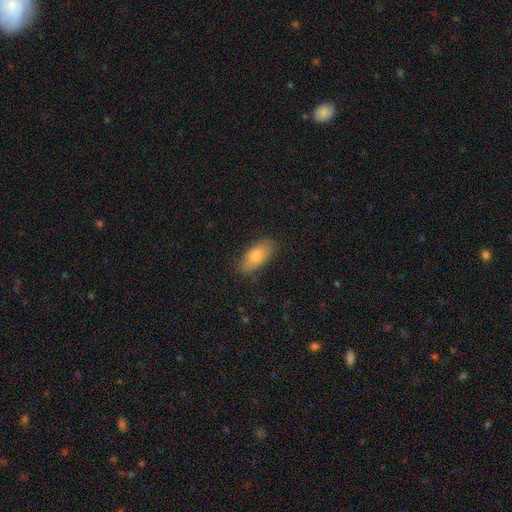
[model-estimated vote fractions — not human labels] smooth-or-featured: smooth: 77% | featured or disk: 16% | star or artifact: 7%
  how-rounded: in between: 85% | cigar-shaped: 11% | round: 3%
  merging: none: 82% | minor disturbance: 14% | major disturbance: 3% | merger: 1%